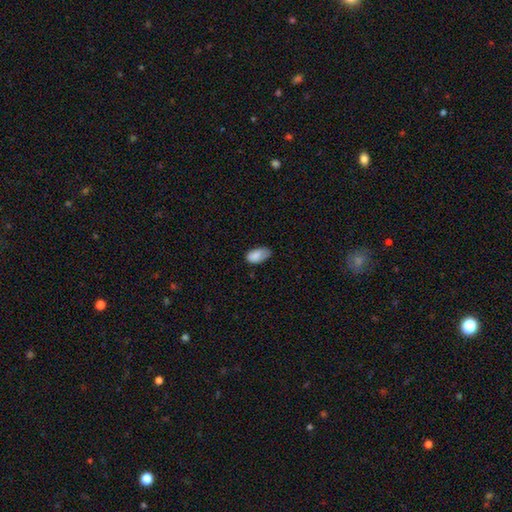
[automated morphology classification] smooth_or_featured: smooth (p=0.85) [alt: featured or disk p=0.08]
how_rounded: in between (p=0.94) [alt: round p=0.04]
merging: none (p=0.57) [alt: minor disturbance p=0.34]